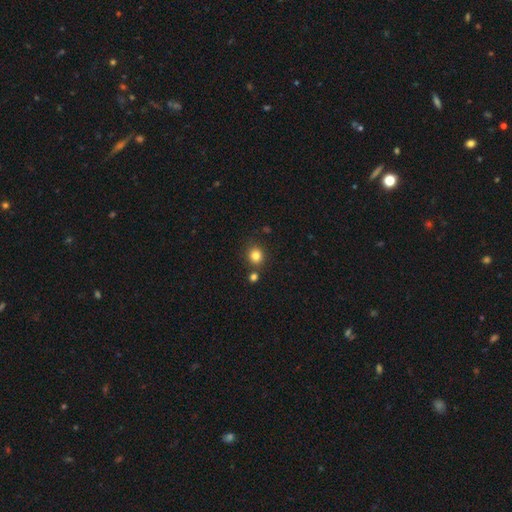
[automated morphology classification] This appears to be a smooth galaxy with no disk features (82%) that is round (81%). Merging: none (79%).